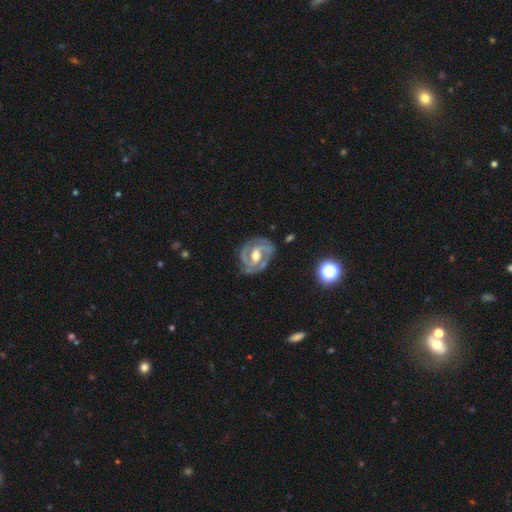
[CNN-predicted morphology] Smooth or featured? featured or disk (90%)
Edge-on disk? no (97%)
Bar? weak (45%)
Spiral arms? yes (96%)
Spiral winding? tight (55%)
Spiral arm count? 2 (79%)
Bulge size? moderate (72%)
Merging? none (78%)